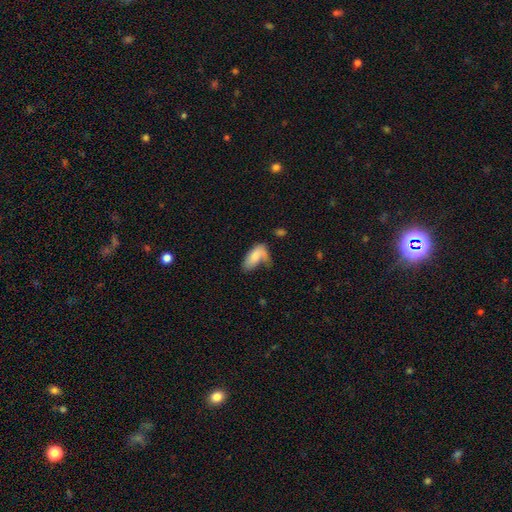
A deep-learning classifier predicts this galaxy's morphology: This appears to be a smooth galaxy with no disk features (73%) that is in between round and cigar-shaped (89%). Merging: none (31%).